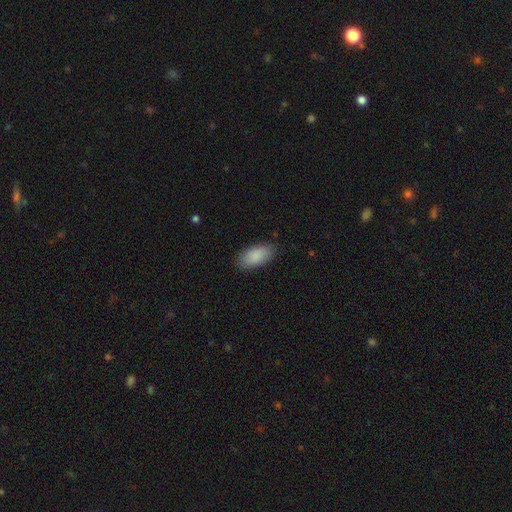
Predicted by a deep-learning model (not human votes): Smooth or featured?
  - smooth: 89% *
  - star or artifact: 6%
  - featured or disk: 5%
How rounded?
  - in between: 92% *
  - cigar-shaped: 6%
  - round: 2%
Merging?
  - none: 85% *
  - minor disturbance: 11%
  - major disturbance: 3%
  - merger: 1%